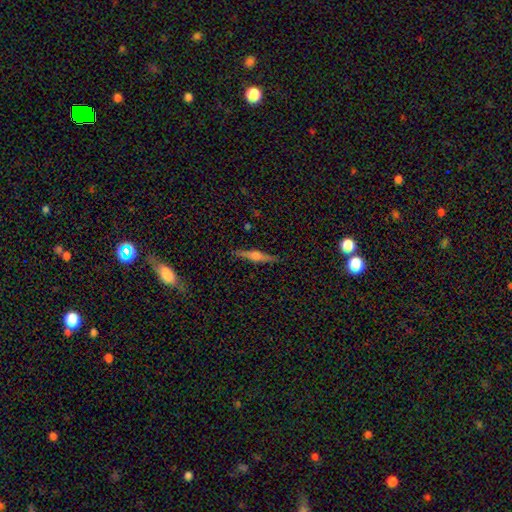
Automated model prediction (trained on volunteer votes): smooth-or-featured: featured or disk: 67% | smooth: 25% | star or artifact: 7%
  disk-edge-on: yes: 97% | no: 3%
    edge-on-bulge: rounded: 87% | boxy: 9% | none: 4%
  merging: none: 89% | minor disturbance: 8% | major disturbance: 2% | merger: 1%